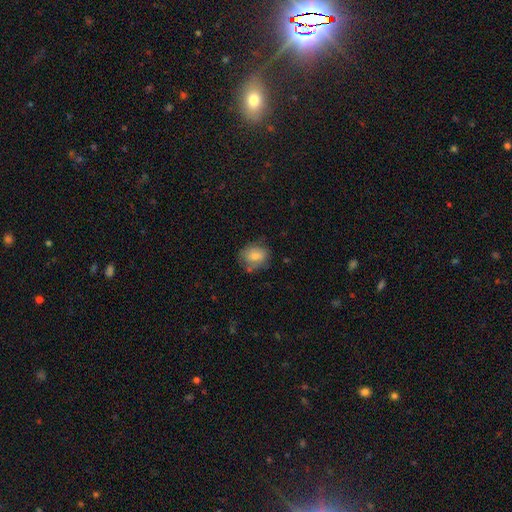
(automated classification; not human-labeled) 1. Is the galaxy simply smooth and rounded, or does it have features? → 72% smooth, 20% featured or disk, 8% star or artifact.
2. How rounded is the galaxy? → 50% in between, 48% round, 1% cigar-shaped.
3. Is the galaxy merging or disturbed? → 62% none, 25% minor disturbance, 8% major disturbance, 4% merger.